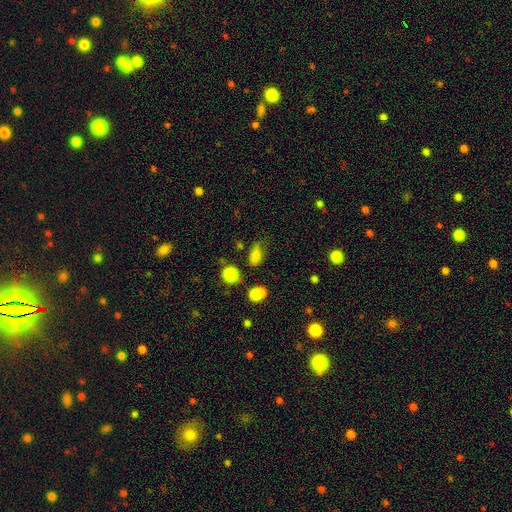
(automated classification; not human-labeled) smooth 73%, star or artifact 15%, featured or disk 12%. Down the decision tree: how rounded — in between (79%); merging — none (57%).